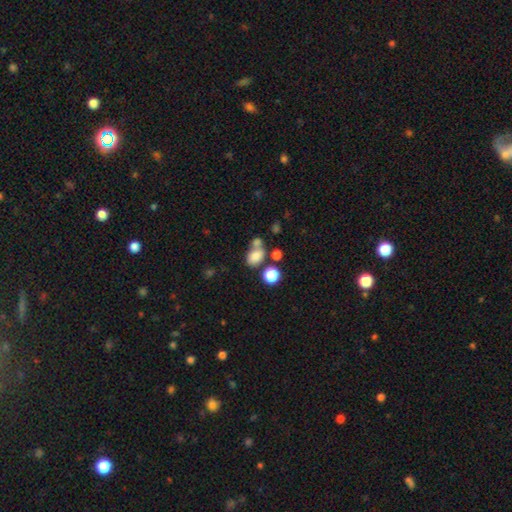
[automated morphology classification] This is likely a smooth galaxy (79%). How rounded: likely in between (70%). Merging: possibly none (46%).